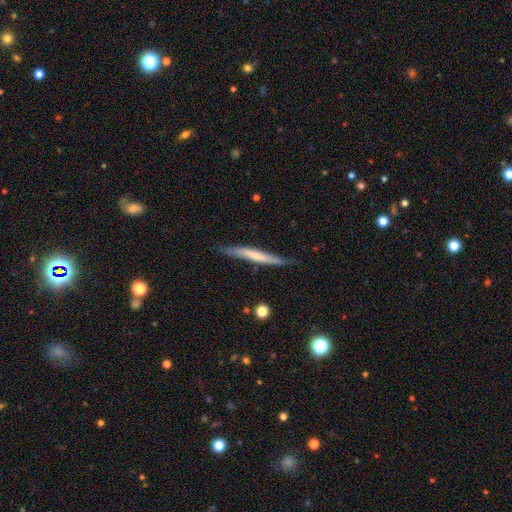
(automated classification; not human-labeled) Smooth or featured?
  - smooth: 52% *
  - featured or disk: 43%
  - star or artifact: 5%
How rounded?
  - cigar-shaped: 95% *
  - in between: 4%
  - round: 1%
Merging?
  - none: 77% *
  - minor disturbance: 18%
  - major disturbance: 3%
  - merger: 2%